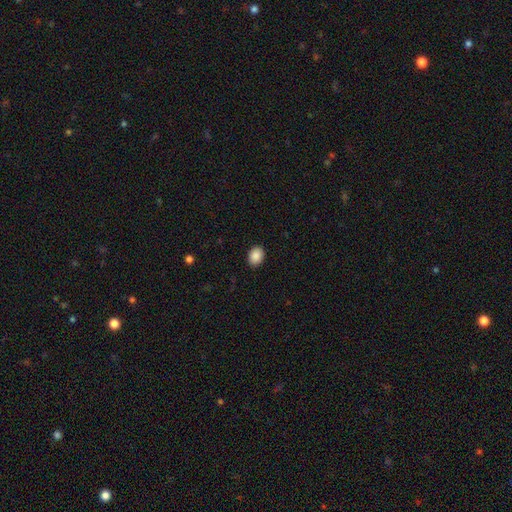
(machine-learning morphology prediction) This is clearly a smooth galaxy (89%). How rounded: likely in between (66%). Merging: clearly none (90%).